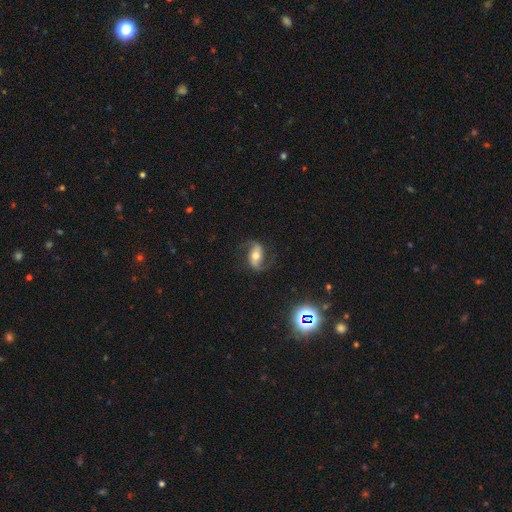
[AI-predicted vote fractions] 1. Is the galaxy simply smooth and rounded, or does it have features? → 77% featured or disk, 15% smooth, 8% star or artifact.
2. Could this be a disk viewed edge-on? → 95% no, 5% yes.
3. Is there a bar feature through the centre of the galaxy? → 37% strong, 32% no, 31% weak.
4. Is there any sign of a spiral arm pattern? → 93% yes, 7% no.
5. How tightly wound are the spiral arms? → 57% loose, 33% medium, 9% tight.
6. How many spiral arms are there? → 91% 2, 3% 1, 3% can't tell, 1% 3, 1% 4, 1% more than 4.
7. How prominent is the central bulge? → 67% moderate, 20% small, 10% large, 2% dominant, 1% none.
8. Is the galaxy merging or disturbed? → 75% none, 14% minor disturbance, 9% major disturbance, 1% merger.